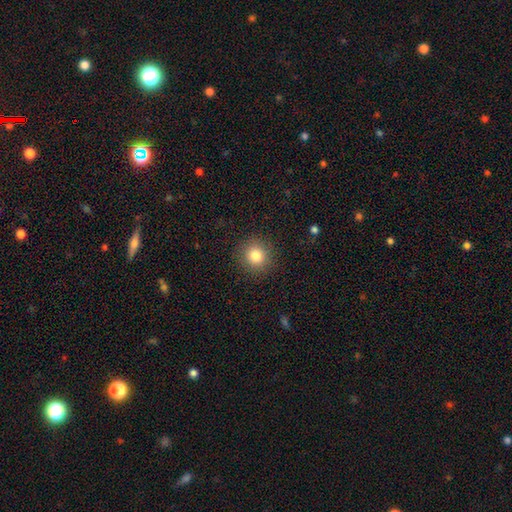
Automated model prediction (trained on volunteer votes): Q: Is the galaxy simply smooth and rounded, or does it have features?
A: smooth — 83%.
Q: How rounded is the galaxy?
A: round — 92%.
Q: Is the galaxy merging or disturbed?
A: none — 90%.